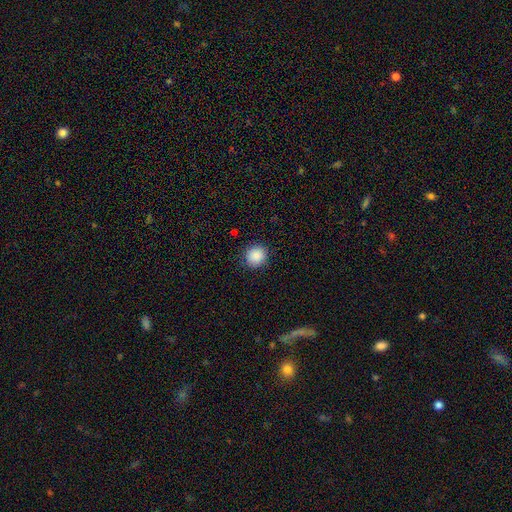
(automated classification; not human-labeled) A smooth galaxy with no disk features (88%) that is round (89%). Merging: none (89%).